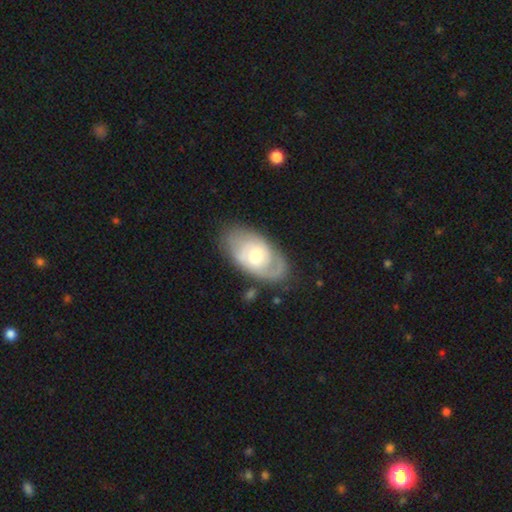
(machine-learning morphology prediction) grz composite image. It shows a featured or disk galaxy (70%) with no bar (63%), 2 (45%) tight (56%) spiral arms (80%) and a moderate central bulge (65%). Merging: none (71%).